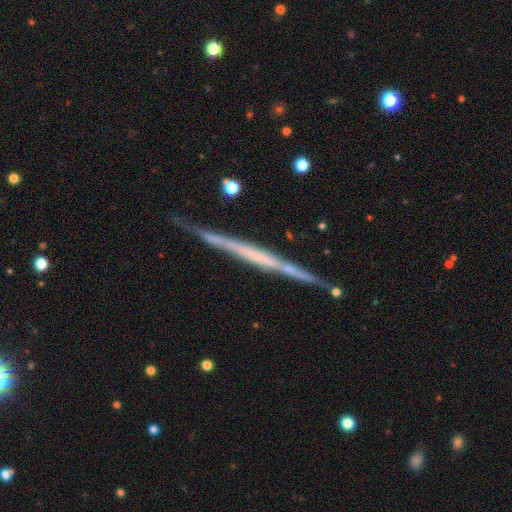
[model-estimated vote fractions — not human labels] smooth_or_featured: featured or disk (p=0.74) [alt: smooth p=0.21]
disk_edge_on: yes (p=0.98) [alt: no p=0.02]
edge_on_bulge: none (p=0.78) [alt: boxy p=0.11]
merging: none (p=0.83) [alt: minor disturbance p=0.13]